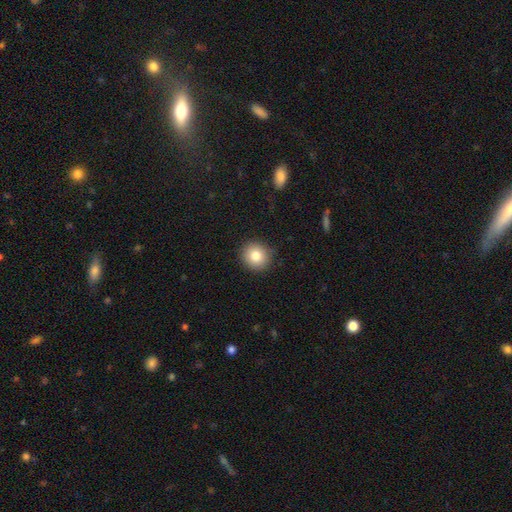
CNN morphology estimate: Smooth or featured: smooth — 82% (star or artifact — 10%)
How rounded: round — 90% (in between — 9%)
Merging: none — 90% (minor disturbance — 7%)